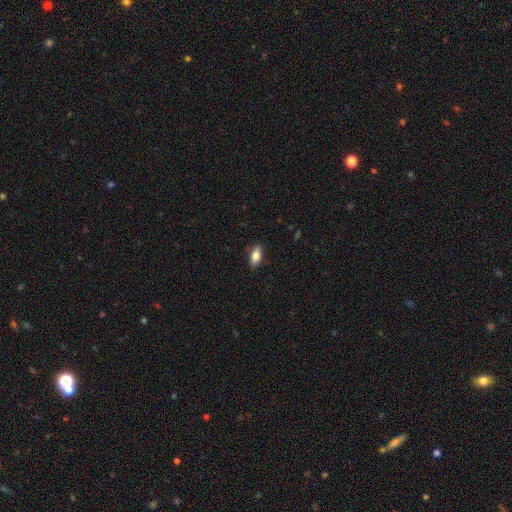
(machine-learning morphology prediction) Smooth or featured? smooth (80%)
How rounded? in between (86%)
Merging? none (86%)